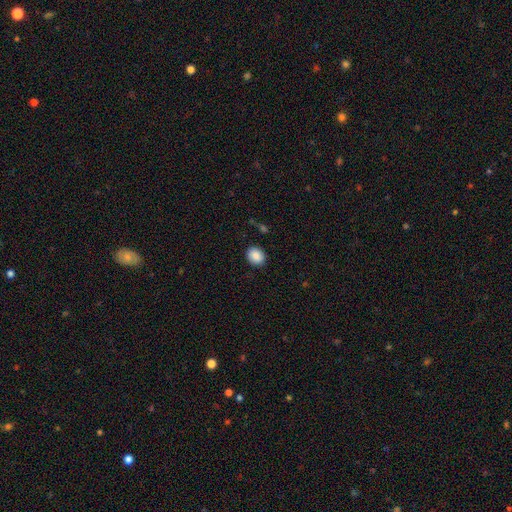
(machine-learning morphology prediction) Smooth or featured: smooth — 88% (star or artifact — 8%)
How rounded: round — 62% (in between — 37%)
Merging: none — 88% (minor disturbance — 8%)